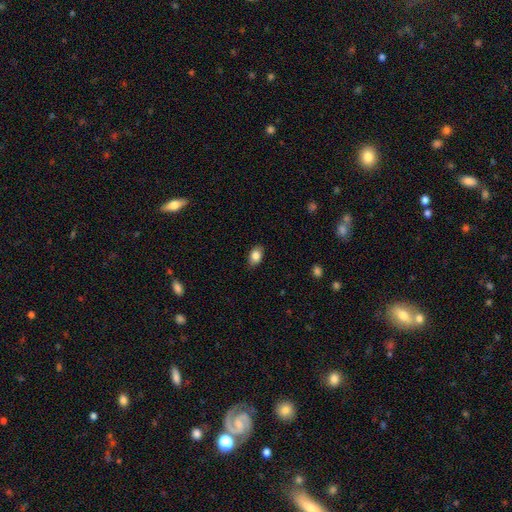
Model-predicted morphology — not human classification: Smooth or featured? smooth (85%)
How rounded? in between (83%)
Merging? none (85%)